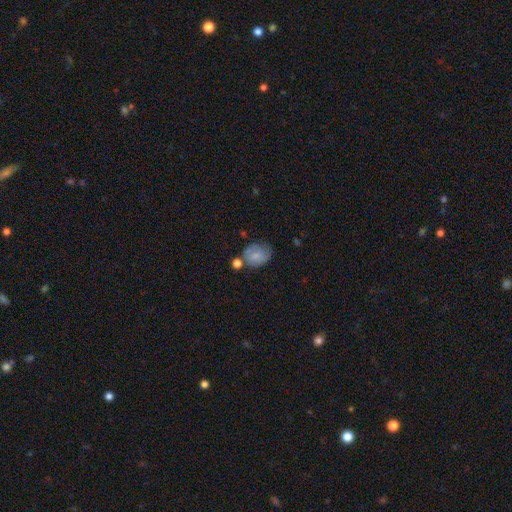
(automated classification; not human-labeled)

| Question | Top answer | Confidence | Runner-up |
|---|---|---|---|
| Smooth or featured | smooth | 70% | featured or disk (21%) |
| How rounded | round | 57% | in between (42%) |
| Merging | none | 48% | minor disturbance (27%) |